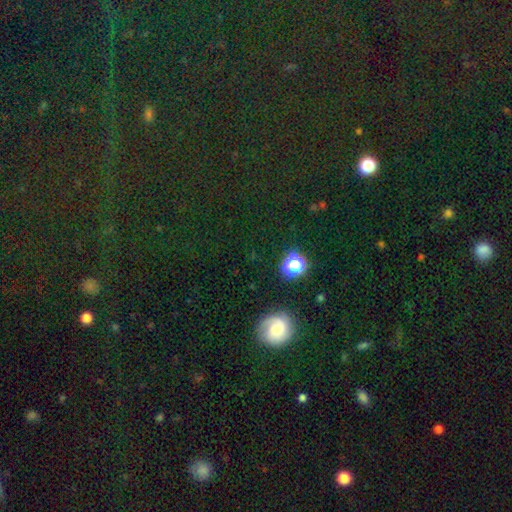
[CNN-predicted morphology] Smooth or featured? smooth (54%)
How rounded? round (82%)
Merging? none (87%)